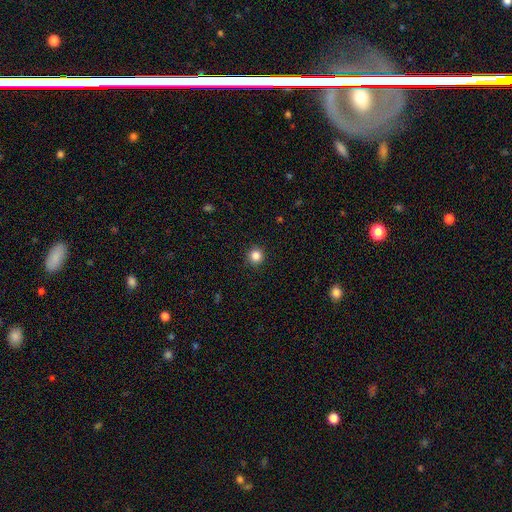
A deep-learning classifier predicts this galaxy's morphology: smooth_or_featured: smooth (p=0.85) [alt: star or artifact p=0.11]
how_rounded: round (p=0.94) [alt: in between p=0.05]
merging: none (p=0.92) [alt: minor disturbance p=0.05]